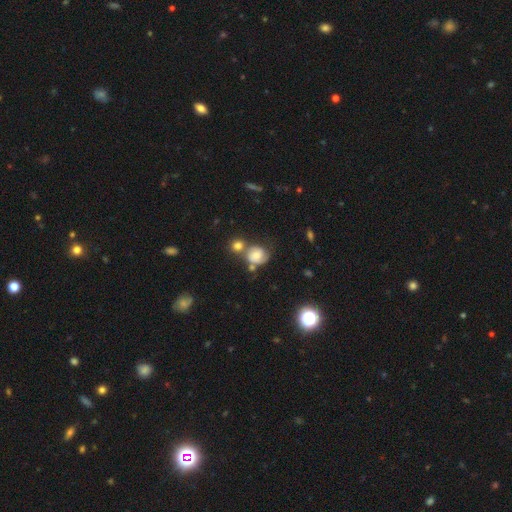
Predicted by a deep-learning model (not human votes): A smooth galaxy with no disk features (55%) that is round (71%).

Vote fractions:
- Smooth or featured? smooth: 55% / featured or disk: 32% / star or artifact: 13%
- How rounded? round: 71% / in between: 28% / cigar-shaped: 1%
- Merging? none: 43% / merger: 25% / minor disturbance: 21% / major disturbance: 11%